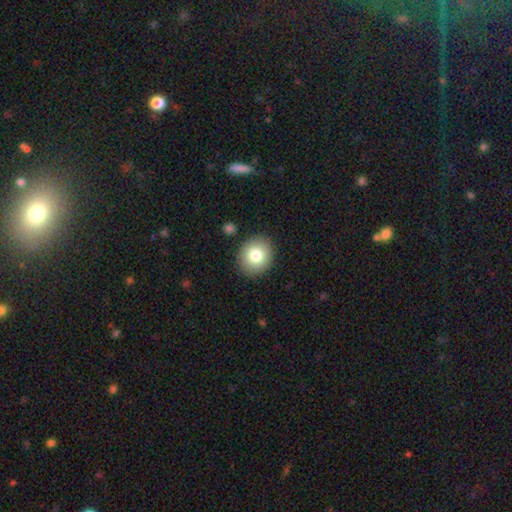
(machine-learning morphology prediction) This appears to be a smooth galaxy with no disk features (80%) that is round (75%). Merging: none (88%).